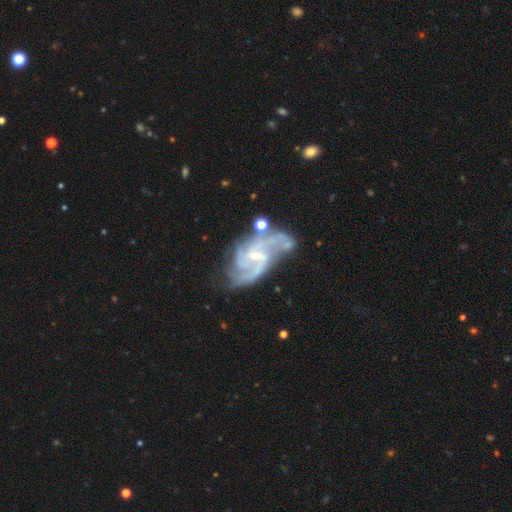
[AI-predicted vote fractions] smooth_or_featured: featured or disk (p=0.89) [alt: star or artifact p=0.06]
disk_edge_on: no (p=0.97) [alt: yes p=0.03]
bar: weak (p=0.51) [alt: no p=0.31]
has_spiral_arms: yes (p=0.97) [alt: no p=0.03]
spiral_winding: medium (p=0.52) [alt: tight p=0.27]
spiral_arm_count: 2 (p=0.35) [alt: 3 p=0.33]
bulge_size: small (p=0.71) [alt: moderate p=0.20]
merging: none (p=0.52) [alt: minor disturbance p=0.22]